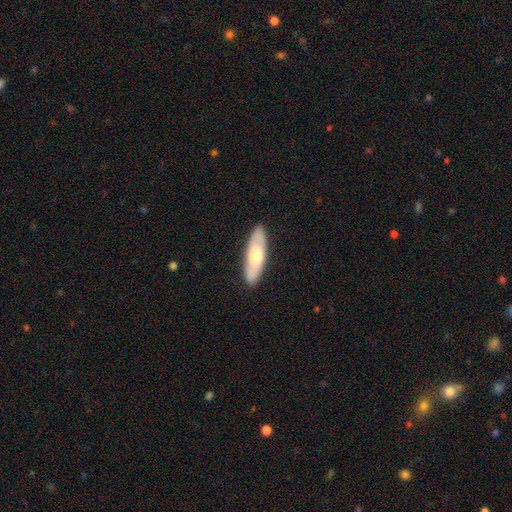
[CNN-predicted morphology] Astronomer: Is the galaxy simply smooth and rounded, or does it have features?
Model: smooth — 62%.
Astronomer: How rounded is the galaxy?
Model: cigar-shaped — 58% (runner-up: in between, 40%).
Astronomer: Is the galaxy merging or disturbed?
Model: none — 88%.